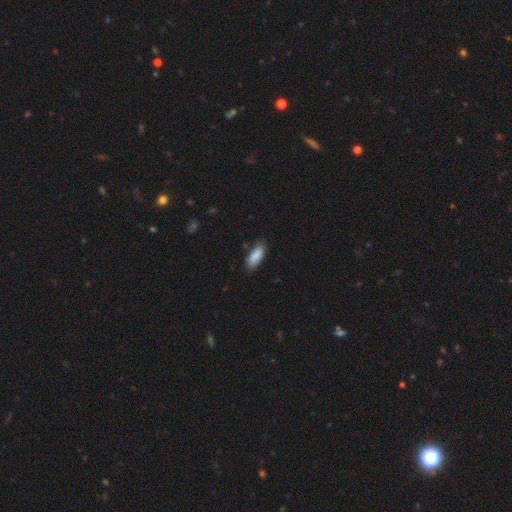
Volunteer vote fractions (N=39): smooth-or-featured: smooth: 82% | featured or disk: 13% | star or artifact: 5%
  how-rounded: in between: 75% | cigar-shaped: 22% | round: 3%
  merging: none: 68% | minor disturbance: 24% | major disturbance: 8% | merger: 0%